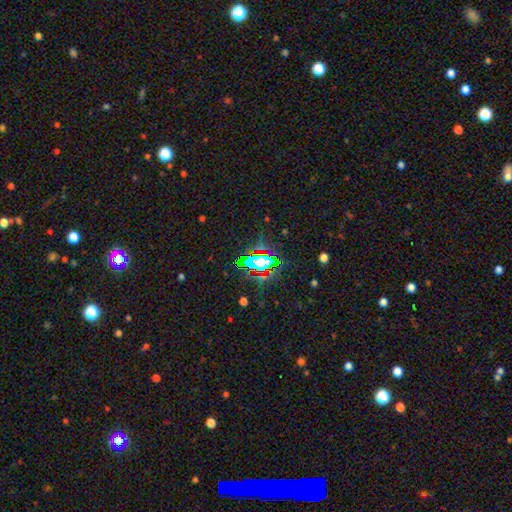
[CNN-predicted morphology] This appears to be a star or artifact, not a galaxy (59%).